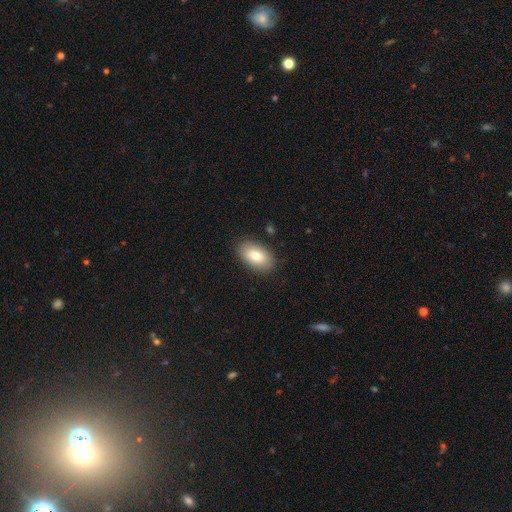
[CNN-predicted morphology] type=smooth (83%); roundness=in between (94%); merging=none (87%).